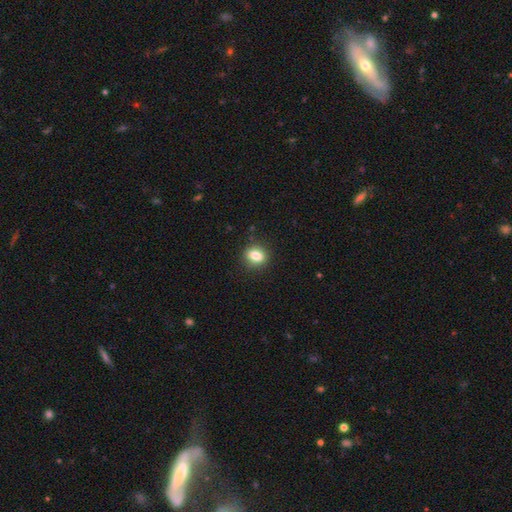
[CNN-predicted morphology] A smooth galaxy with no disk features (81%) that is in between round and cigar-shaped (57%). Merging: none (87%).